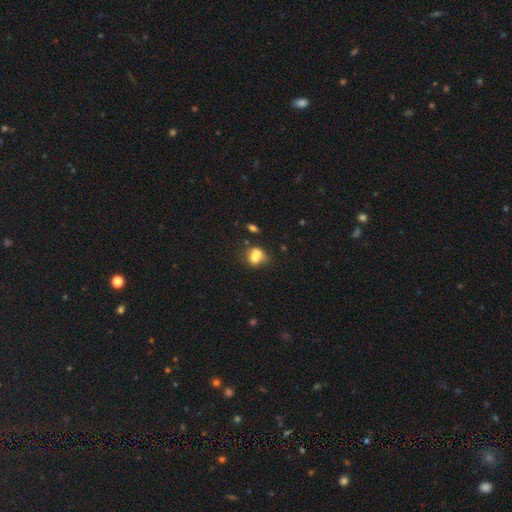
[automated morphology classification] This is likely a smooth galaxy (68%). How rounded: possibly round (55%). Merging: possibly merger (56%).